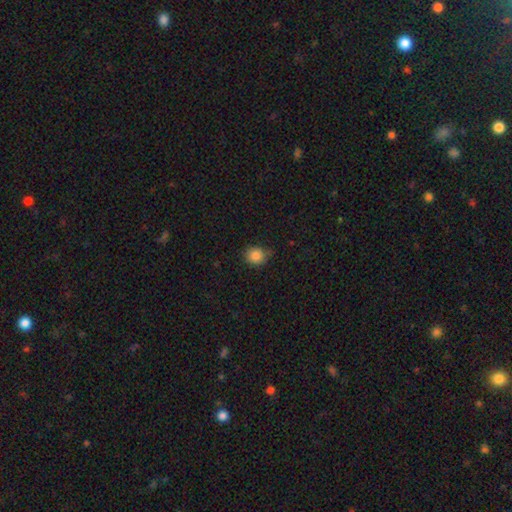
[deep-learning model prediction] smooth 85%, star or artifact 11%, featured or disk 5%. Down the decision tree: how rounded — round (80%); merging — none (76%).